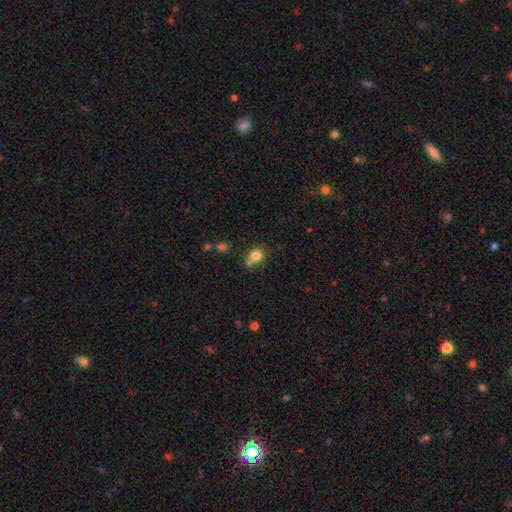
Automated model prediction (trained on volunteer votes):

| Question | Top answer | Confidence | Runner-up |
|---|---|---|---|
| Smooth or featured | smooth | 80% | star or artifact (12%) |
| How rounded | round | 71% | in between (28%) |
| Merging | none | 54% | merger (30%) |